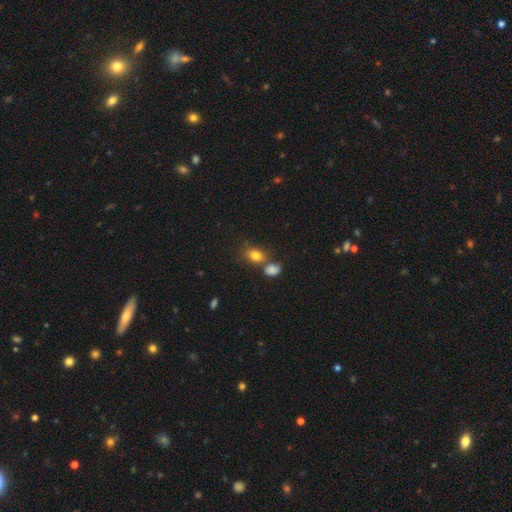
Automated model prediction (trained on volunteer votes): This is clearly a smooth galaxy (81%). How rounded: likely in between (64%). Merging: possibly none (50%).